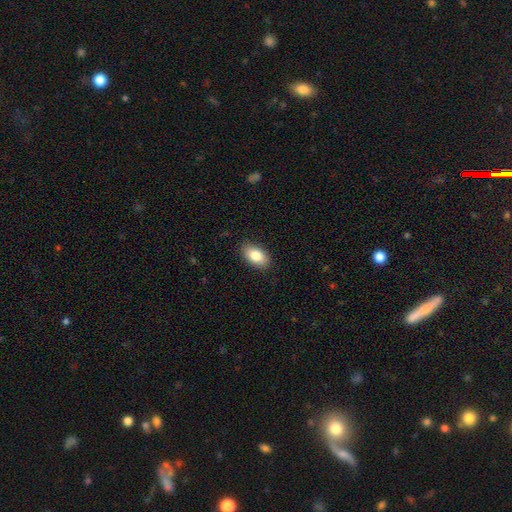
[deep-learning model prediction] Overall: smooth (83%). How rounded: in between (93%). Merging: none (88%).